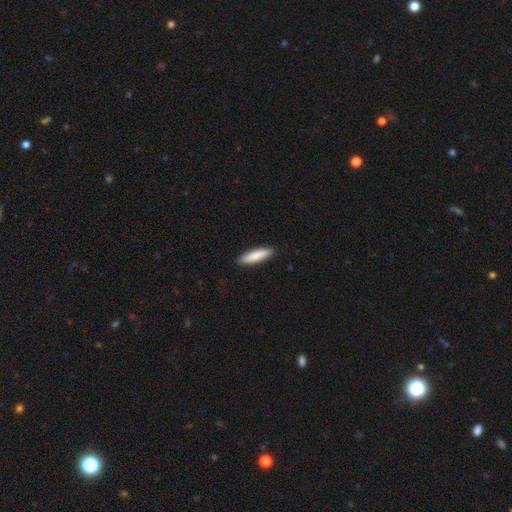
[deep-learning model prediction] Smooth or featured: smooth — 86% (featured or disk — 9%)
How rounded: cigar-shaped — 77% (in between — 22%)
Merging: none — 90% (minor disturbance — 7%)